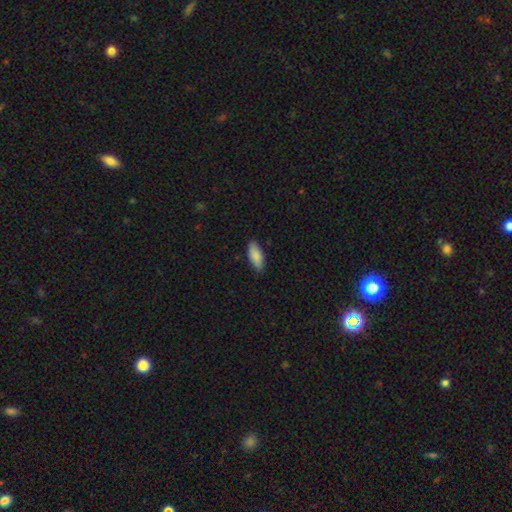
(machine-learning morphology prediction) This appears to be a smooth galaxy with no disk features (88%) that is in between round and cigar-shaped (77%). Merging: none (87%).